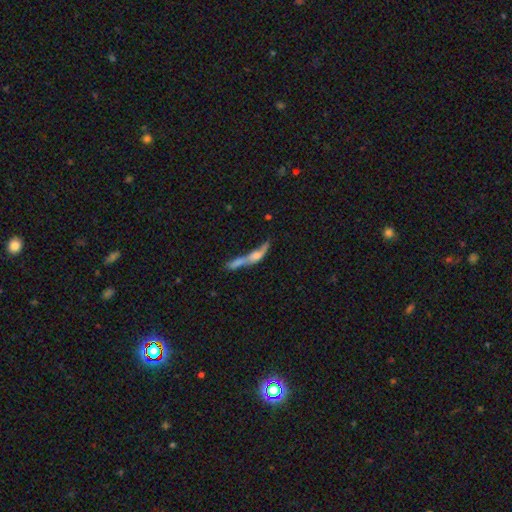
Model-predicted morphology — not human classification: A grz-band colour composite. It shows a smooth galaxy with no disk features (46%). Merging: merger (50%).